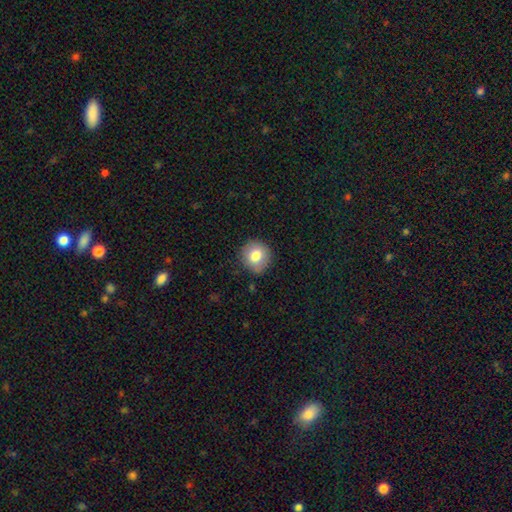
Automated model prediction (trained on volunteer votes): smooth-or-featured: smooth: 79% | featured or disk: 12% | star or artifact: 9%
  how-rounded: round: 90% | in between: 9% | cigar-shaped: 1%
  merging: none: 86% | minor disturbance: 10% | major disturbance: 2% | merger: 1%